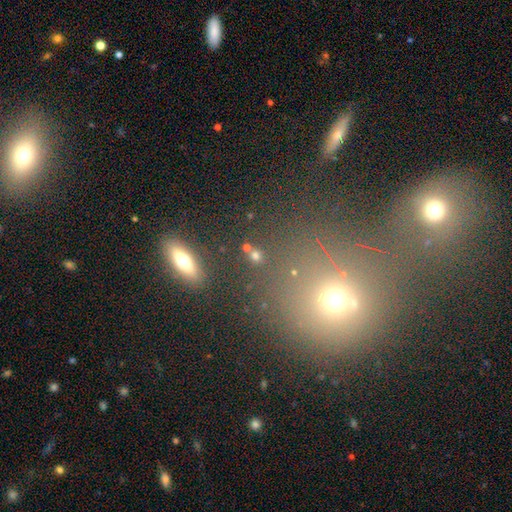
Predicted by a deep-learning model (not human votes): Q: Smooth or featured?
A: smooth (55%); runner-up: star or artifact (29%)
Q: How rounded?
A: round (53%); runner-up: in between (34%)
Q: Merging?
A: none (80%); runner-up: minor disturbance (9%)